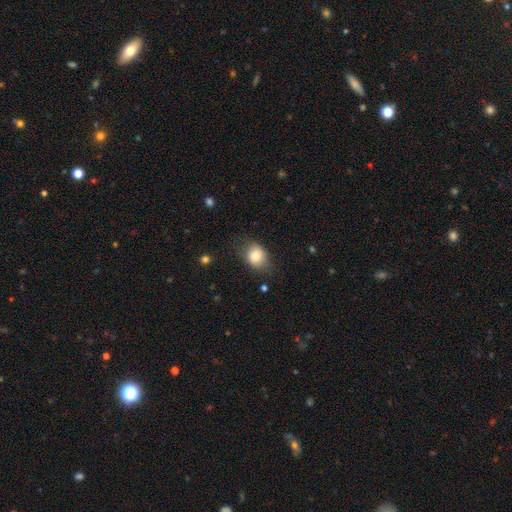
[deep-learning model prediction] A smooth galaxy with no disk features (81%) that is in between round and cigar-shaped (61%). Merging: none (69%).